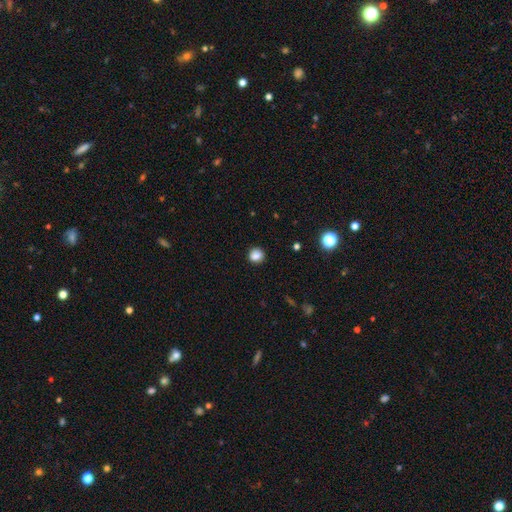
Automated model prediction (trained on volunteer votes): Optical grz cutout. It shows a smooth galaxy with no disk features (85%) that is round (84%). Merging: none (88%).